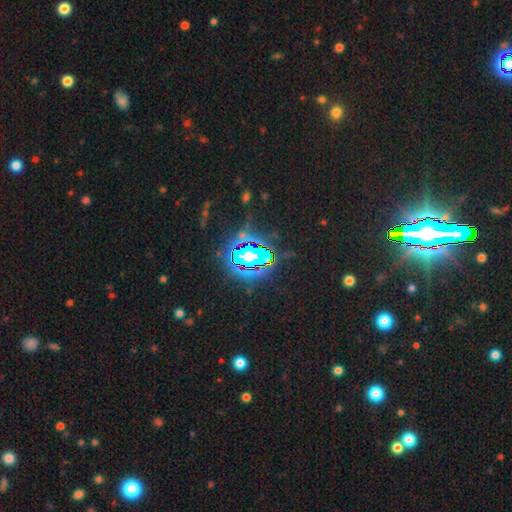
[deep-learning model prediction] Overall: star or artifact (84%).